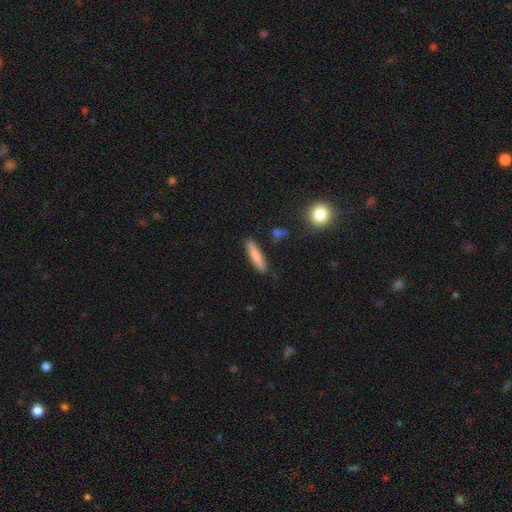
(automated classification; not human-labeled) smooth-or-featured: smooth: 81% | featured or disk: 12% | star or artifact: 7%
  how-rounded: cigar-shaped: 84% | in between: 15% | round: 2%
  merging: none: 87% | minor disturbance: 9% | major disturbance: 2% | merger: 2%